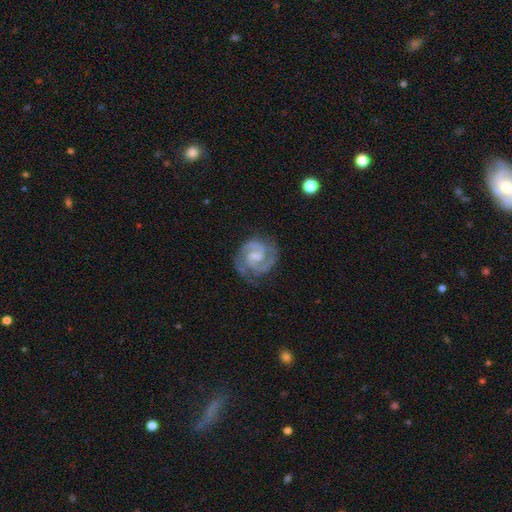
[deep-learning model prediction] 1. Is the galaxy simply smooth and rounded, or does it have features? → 89% featured or disk, 6% smooth, 5% star or artifact.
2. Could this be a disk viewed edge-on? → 98% no, 2% yes.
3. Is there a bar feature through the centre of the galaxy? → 57% weak, 28% no, 16% strong.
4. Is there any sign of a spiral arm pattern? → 98% yes, 2% no.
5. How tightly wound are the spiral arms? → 48% medium, 44% tight, 7% loose.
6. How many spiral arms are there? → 86% 2, 6% 3, 4% can't tell, 2% 1, 1% 4, 1% more than 4.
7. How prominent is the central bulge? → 38% small, 32% none, 26% moderate, 3% large, 1% dominant.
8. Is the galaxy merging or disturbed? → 75% none, 17% minor disturbance, 7% major disturbance, 1% merger.